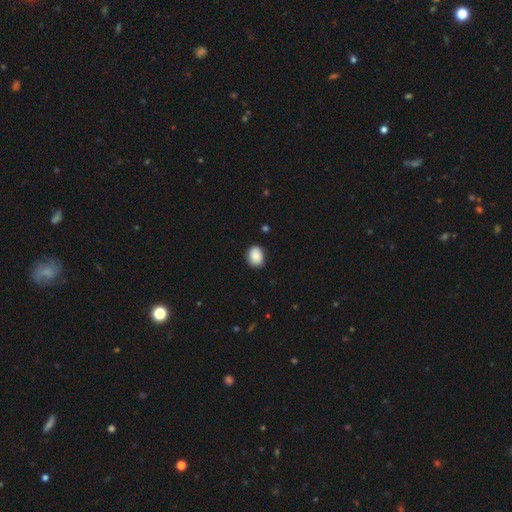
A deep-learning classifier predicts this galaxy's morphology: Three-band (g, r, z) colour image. It shows a smooth galaxy with no disk features (85%) that is in between round and cigar-shaped (56%). Merging: none (83%).